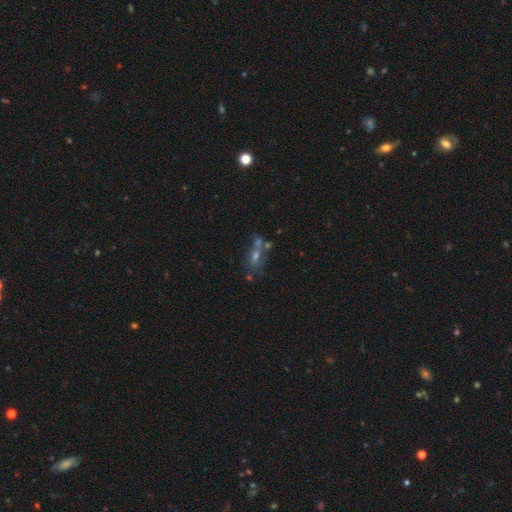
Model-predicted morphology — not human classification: This is marginally a smooth galaxy (40%). Merging: marginally none (43%).